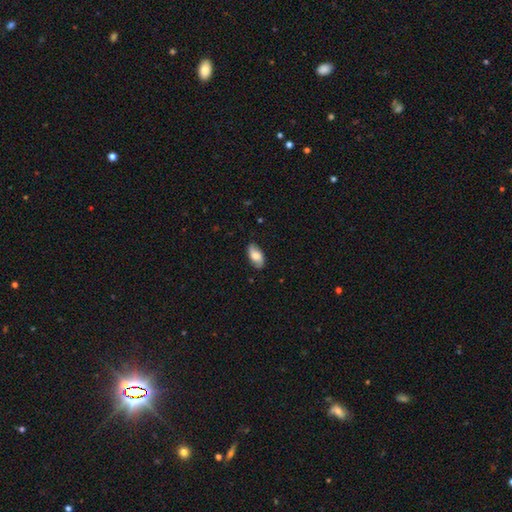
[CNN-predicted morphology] Smooth or featured?
  - smooth: 62% *
  - featured or disk: 31%
  - star or artifact: 7%
How rounded?
  - in between: 93% *
  - cigar-shaped: 4%
  - round: 3%
Merging?
  - none: 81% *
  - minor disturbance: 15%
  - major disturbance: 3%
  - merger: 1%